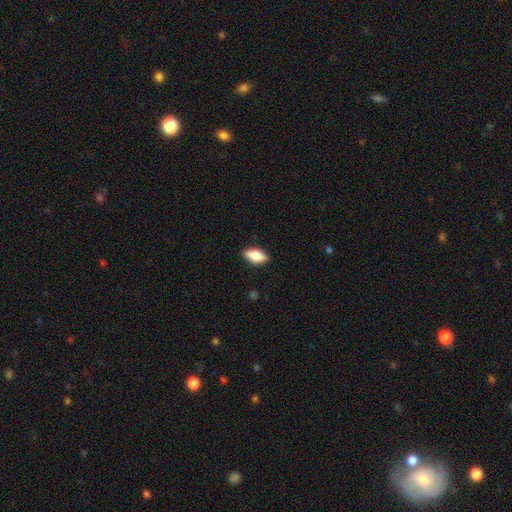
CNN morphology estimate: This is likely a smooth galaxy (79%). How rounded: clearly in between (87%). Merging: clearly none (88%).